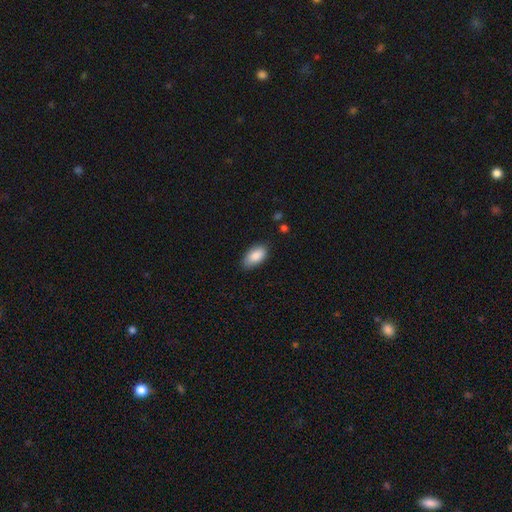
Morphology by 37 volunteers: A smooth galaxy with no disk features (95%) that is in between round and cigar-shaped (97%). Merging: none (84%).